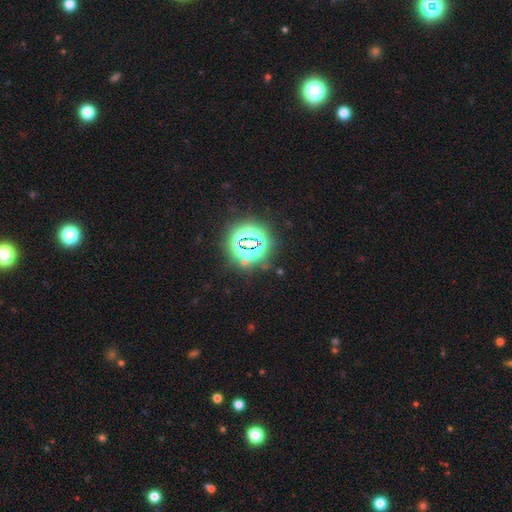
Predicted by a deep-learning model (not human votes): star or artifact 81%, smooth 12%, featured or disk 6%.